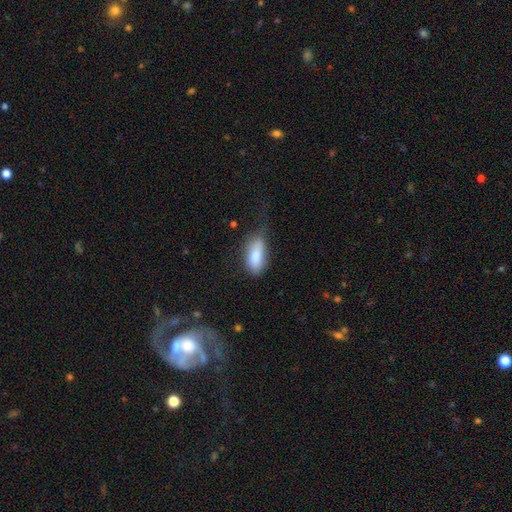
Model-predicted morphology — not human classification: Smooth or featured: smooth — 83% (featured or disk — 10%)
How rounded: in between — 86% (cigar-shaped — 12%)
Merging: none — 43% (minor disturbance — 36%)